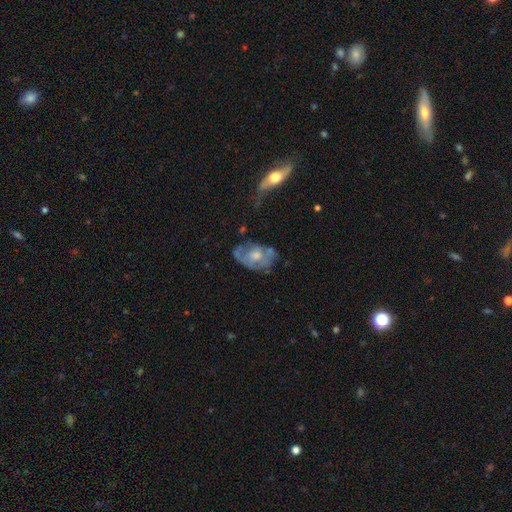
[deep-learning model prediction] Smooth or featured: featured or disk — 58% (smooth — 35%)
Edge-on disk: no — 94% (yes — 6%)
Bar: no — 83% (weak — 14%)
Spiral arms: no — 64% (yes — 36%)
Bulge size: moderate — 60% (small — 21%)
Merging: none — 46% (minor disturbance — 30%)